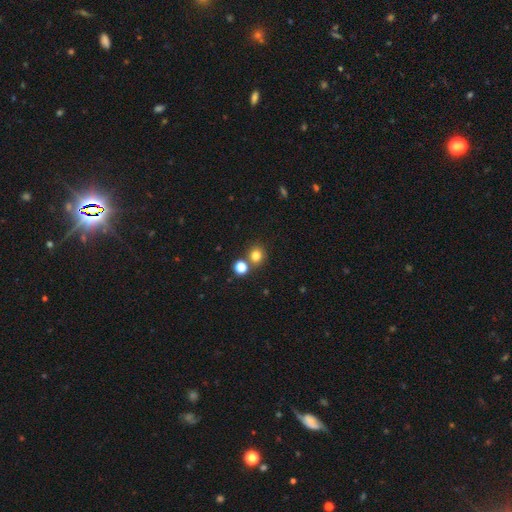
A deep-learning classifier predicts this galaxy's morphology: smooth 79%, star or artifact 15%, featured or disk 6%. Down the decision tree: how rounded — round (84%); merging — none (72%).